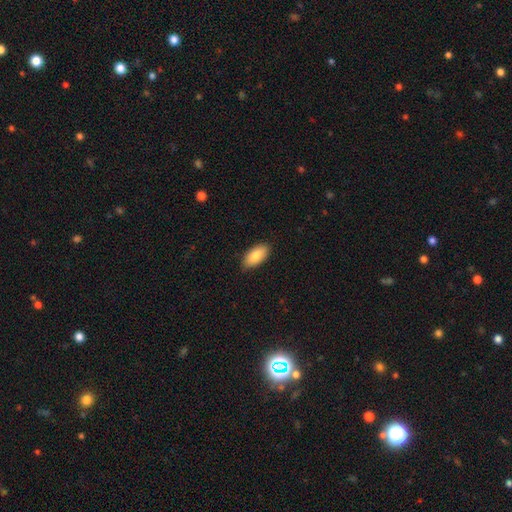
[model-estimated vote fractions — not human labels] The model was most divided on "merging": none: 87%, minor disturbance: 10%, major disturbance: 2%, merger: 1%. More confident: how rounded — in between (92%); smooth or featured — smooth (86%).